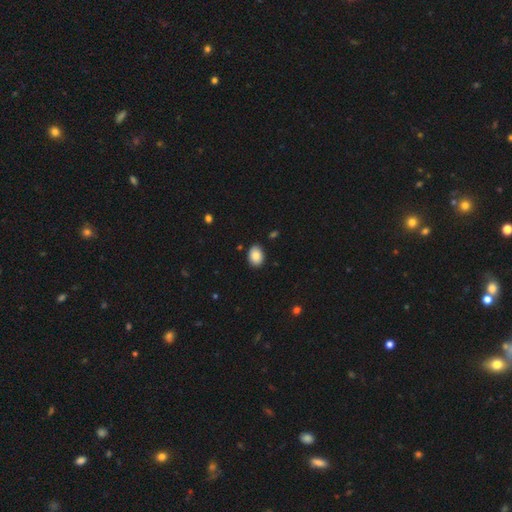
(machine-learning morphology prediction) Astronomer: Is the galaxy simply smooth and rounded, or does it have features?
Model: smooth — 86%.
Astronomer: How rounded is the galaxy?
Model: in between — 71%.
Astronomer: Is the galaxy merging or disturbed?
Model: none — 88%.